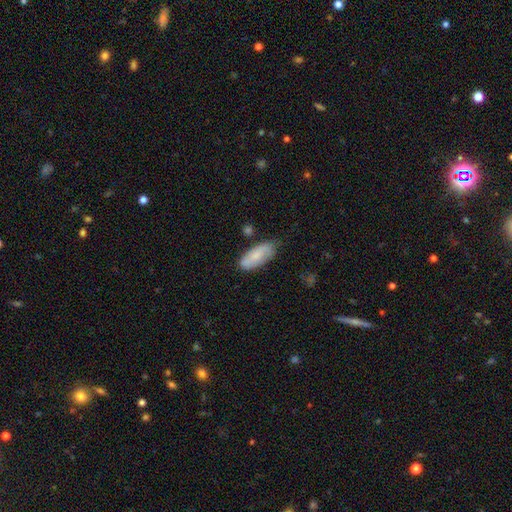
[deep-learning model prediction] Overall: smooth (72%). How rounded: in between (79%). Merging: none (70%).